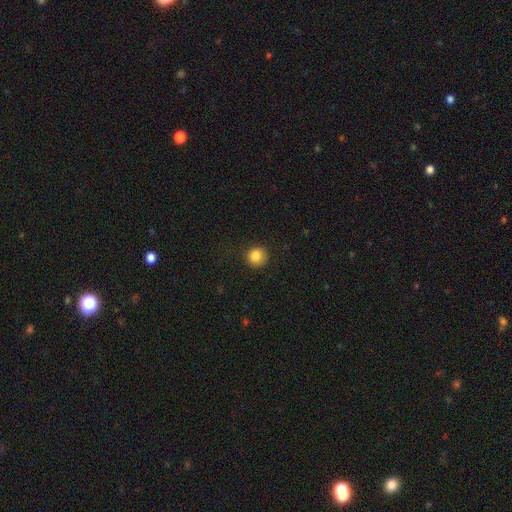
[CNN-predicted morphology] A smooth galaxy with no disk features (85%) that is round (89%).

Vote fractions:
- Smooth or featured? smooth: 85% / star or artifact: 10% / featured or disk: 5%
- How rounded? round: 89% / in between: 10% / cigar-shaped: 1%
- Merging? none: 85% / minor disturbance: 11% / major disturbance: 3% / merger: 1%